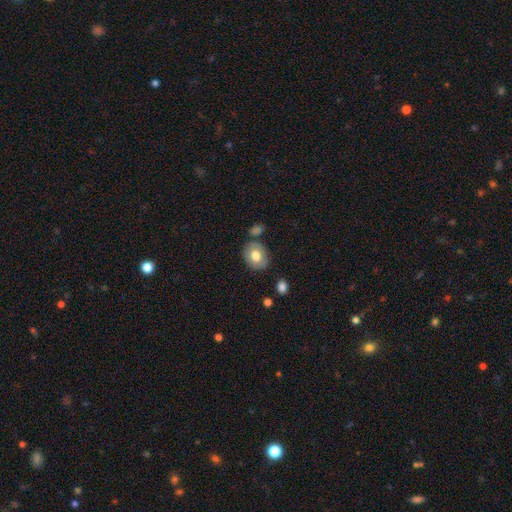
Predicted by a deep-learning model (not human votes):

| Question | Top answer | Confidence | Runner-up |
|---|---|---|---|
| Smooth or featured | smooth | 71% | featured or disk (22%) |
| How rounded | in between | 56% | round (43%) |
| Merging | none | 73% | minor disturbance (16%) |